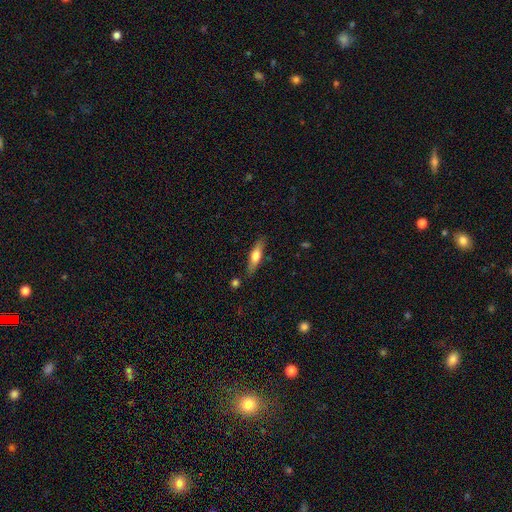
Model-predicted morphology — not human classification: smooth_or_featured: smooth (p=0.57) [alt: featured or disk p=0.37]
how_rounded: cigar-shaped (p=0.67) [alt: in between p=0.30]
merging: none (p=0.82) [alt: minor disturbance p=0.12]